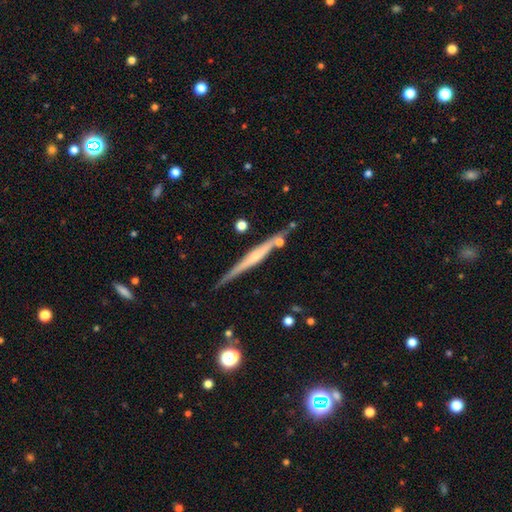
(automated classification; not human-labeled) This is likely a featured or disk galaxy (70%). It is clearly viewed edge-on (97%). Edge-on bulge: possibly rounded (53%). Merging: clearly none (81%).